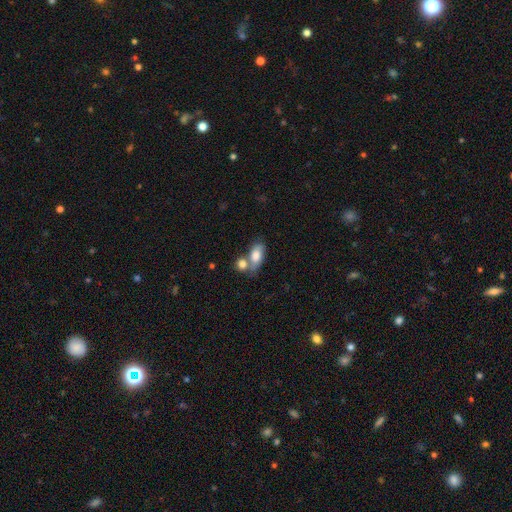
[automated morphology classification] smooth-or-featured: smooth: 76% | featured or disk: 17% | star or artifact: 7%
  how-rounded: in between: 86% | round: 10% | cigar-shaped: 4%
  merging: merger: 48% | none: 34% | minor disturbance: 12% | major disturbance: 6%